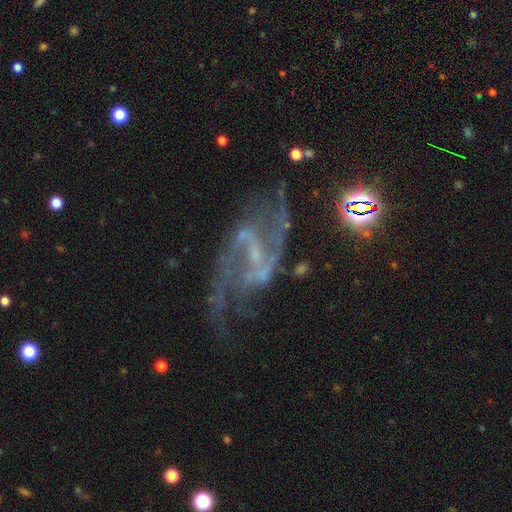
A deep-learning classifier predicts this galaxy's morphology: Smooth or featured? featured or disk (85%)
Edge-on disk? no (96%)
Bar? weak (48%)
Spiral arms? yes (94%)
Spiral winding? loose (45%)
Spiral arm count? 2 (83%)
Bulge size? small (50%)
Merging? none (60%)